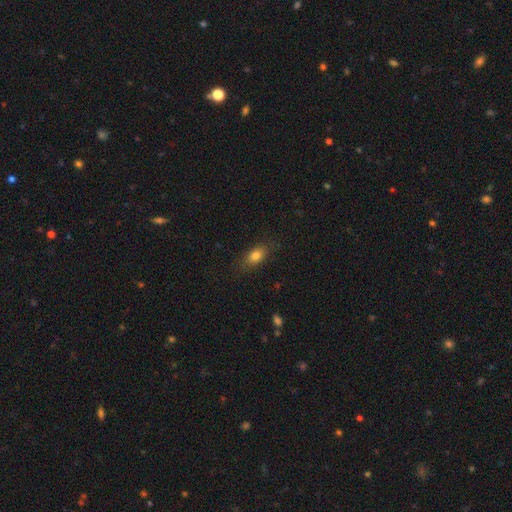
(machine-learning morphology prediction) smooth_or_featured: smooth (p=0.80) [alt: featured or disk p=0.11]
how_rounded: in between (p=0.81) [alt: round p=0.11]
merging: none (p=0.82) [alt: minor disturbance p=0.13]